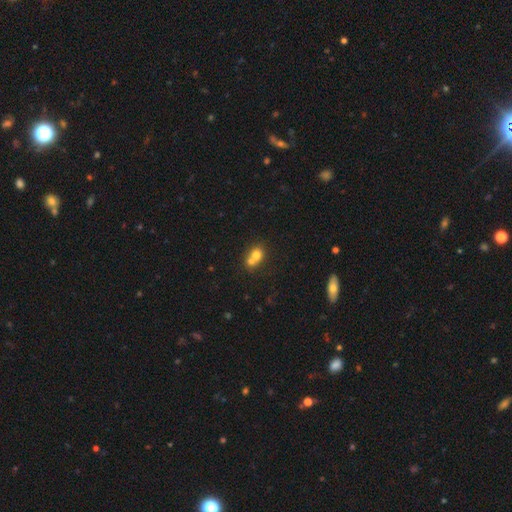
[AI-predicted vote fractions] Overall: smooth (71%). How rounded: round (65%; in between 33%). Merging: merger (62%; none 29%).